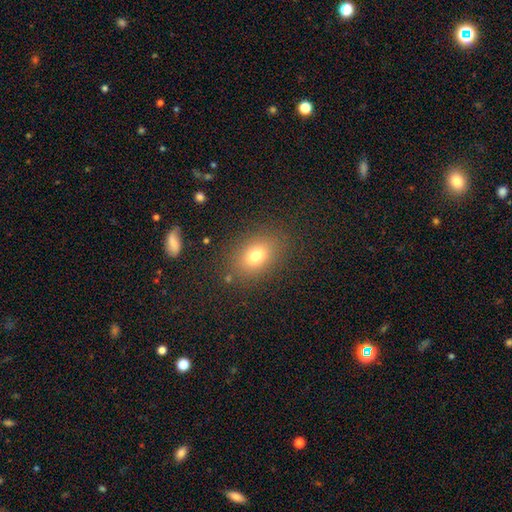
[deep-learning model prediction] Smooth or featured? Predicted: smooth (p=0.75). How rounded? Predicted: in between (p=0.74). Merging? Predicted: none (p=0.83).